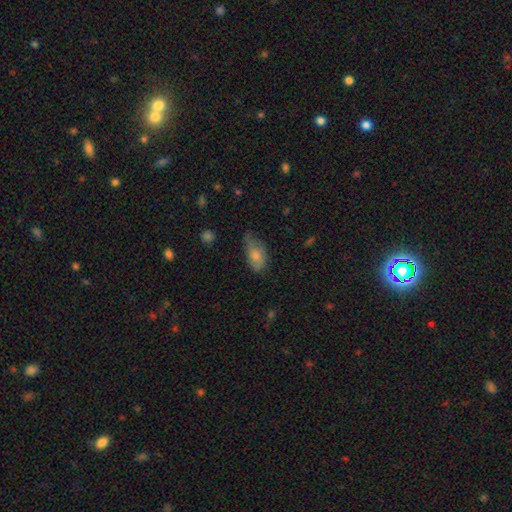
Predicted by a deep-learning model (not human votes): Smooth or featured?
  - smooth: 67% *
  - featured or disk: 23%
  - star or artifact: 9%
How rounded?
  - in between: 87% *
  - cigar-shaped: 7%
  - round: 6%
Merging?
  - none: 47% *
  - minor disturbance: 40%
  - major disturbance: 11%
  - merger: 2%